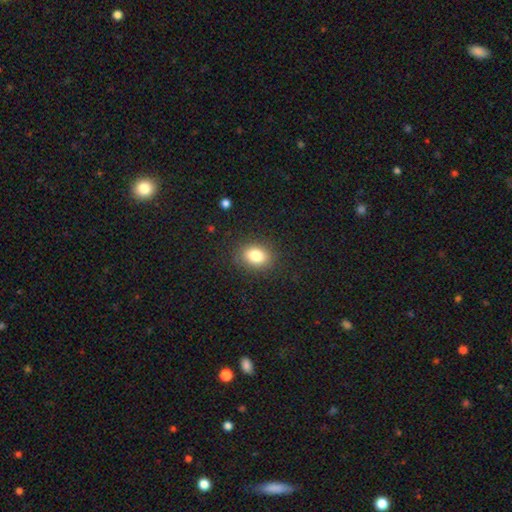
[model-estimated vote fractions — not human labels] smooth 82%, star or artifact 10%, featured or disk 8%. Down the decision tree: how rounded — in between (62%); merging — none (86%).